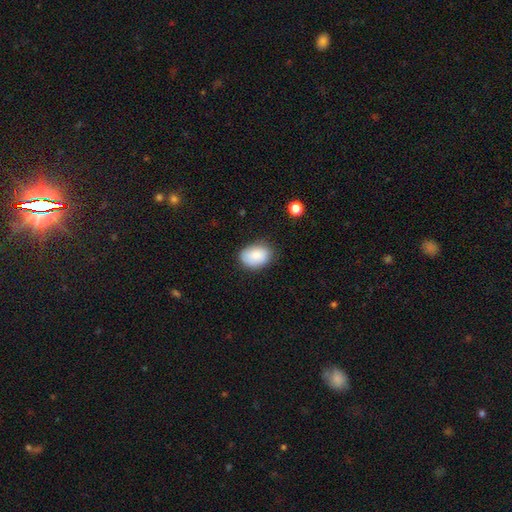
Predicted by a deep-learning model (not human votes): Smooth or featured: smooth — 86% (star or artifact — 7%)
How rounded: in between — 75% (round — 24%)
Merging: none — 78% (minor disturbance — 17%)